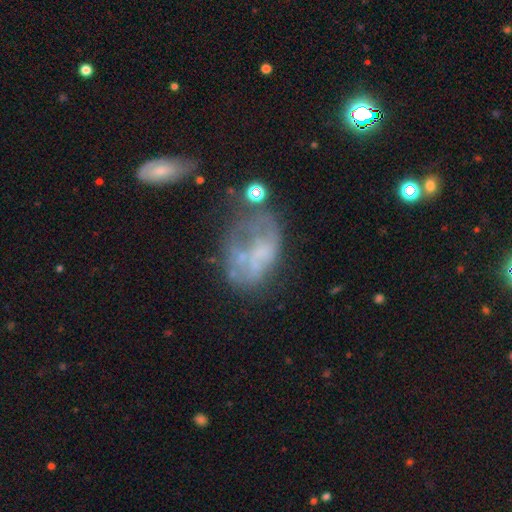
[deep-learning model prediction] Smooth or featured: featured or disk — 55% (smooth — 32%)
Edge-on disk: no — 97% (yes — 3%)
Bar: no — 85% (weak — 12%)
Spiral arms: no — 81% (yes — 19%)
Bulge size: none — 69% (small — 17%)
Merging: major disturbance — 34% (none — 29%)